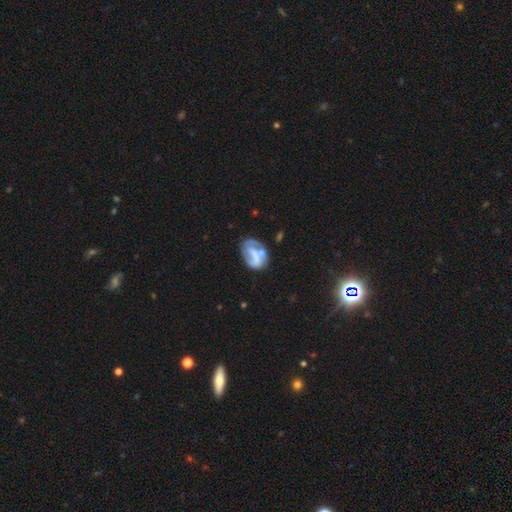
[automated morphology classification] Smooth or featured? Predicted: featured or disk (p=0.58). Edge-on disk? Predicted: no (p=0.97). Bar? Predicted: no (p=0.43). Spiral arms? Predicted: no (p=0.52). Bulge size? Predicted: none (p=0.48). Merging? Predicted: none (p=0.42).